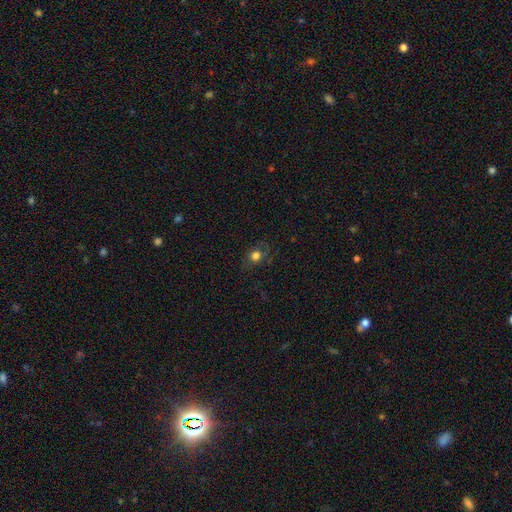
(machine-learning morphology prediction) A smooth galaxy with no disk features (68%) that is round (72%). Merging: none (73%).